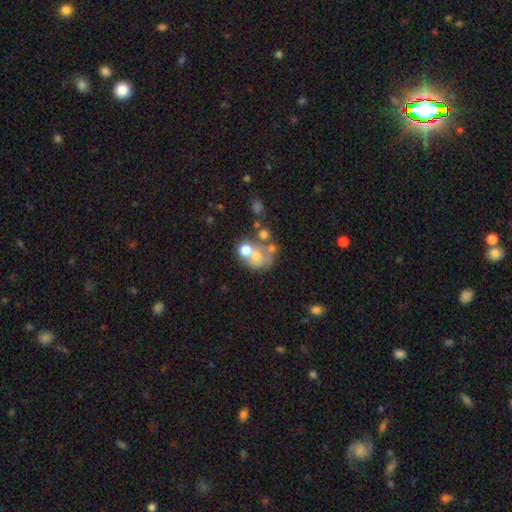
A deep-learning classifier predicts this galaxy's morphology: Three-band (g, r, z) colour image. It shows a smooth galaxy with no disk features (47%). Merging: merger (46%).